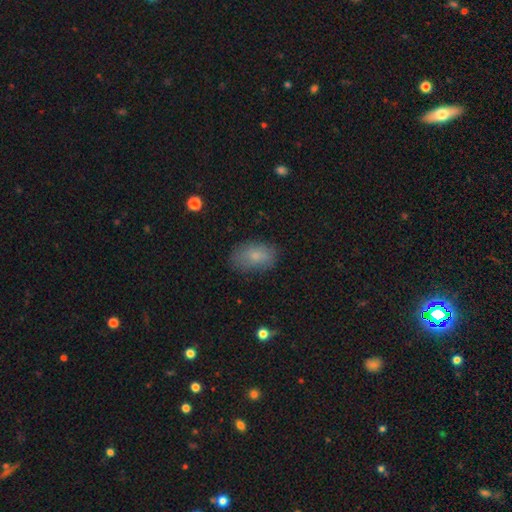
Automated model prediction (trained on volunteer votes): smooth 79%, featured or disk 13%, star or artifact 9%. Down the decision tree: how rounded — in between (89%); merging — none (76%).